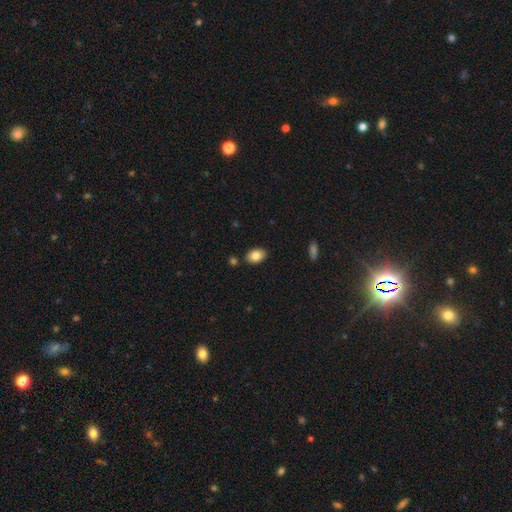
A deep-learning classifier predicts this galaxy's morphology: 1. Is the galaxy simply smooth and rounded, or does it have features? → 82% smooth, 10% featured or disk, 8% star or artifact.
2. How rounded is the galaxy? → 86% in between, 13% round, 1% cigar-shaped.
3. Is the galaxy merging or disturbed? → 85% none, 9% minor disturbance, 3% merger, 2% major disturbance.